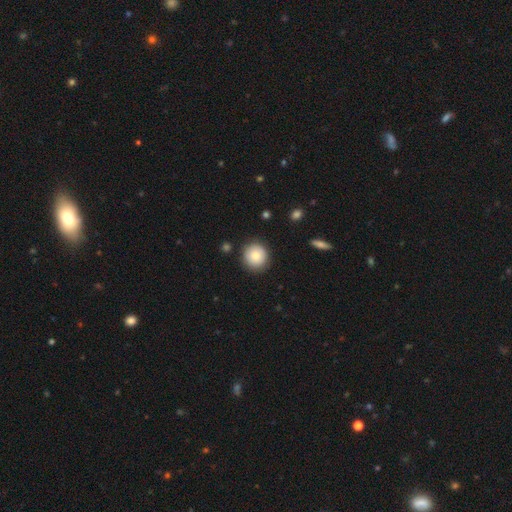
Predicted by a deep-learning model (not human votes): smooth-or-featured: smooth: 83% | featured or disk: 9% | star or artifact: 8%
  how-rounded: round: 92% | in between: 7% | cigar-shaped: 1%
  merging: none: 89% | minor disturbance: 8% | major disturbance: 2% | merger: 1%